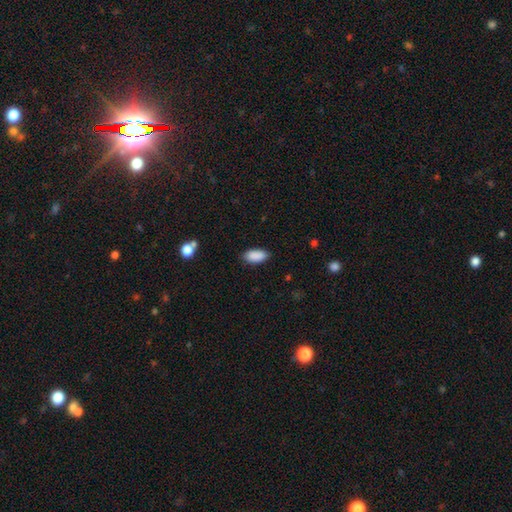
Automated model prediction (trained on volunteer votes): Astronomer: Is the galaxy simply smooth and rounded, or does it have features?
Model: smooth — 90%.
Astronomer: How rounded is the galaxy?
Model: in between — 92%.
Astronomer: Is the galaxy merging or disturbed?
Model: none — 85%.